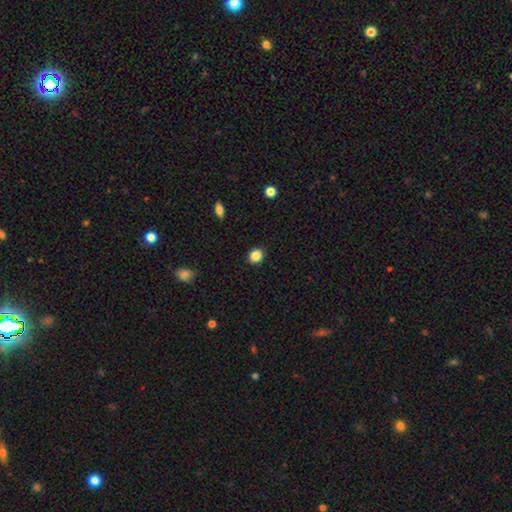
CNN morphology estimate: smooth_or_featured: smooth (p=0.87) [alt: star or artifact p=0.10]
how_rounded: round (p=0.62) [alt: in between p=0.37]
merging: none (p=0.90) [alt: minor disturbance p=0.07]